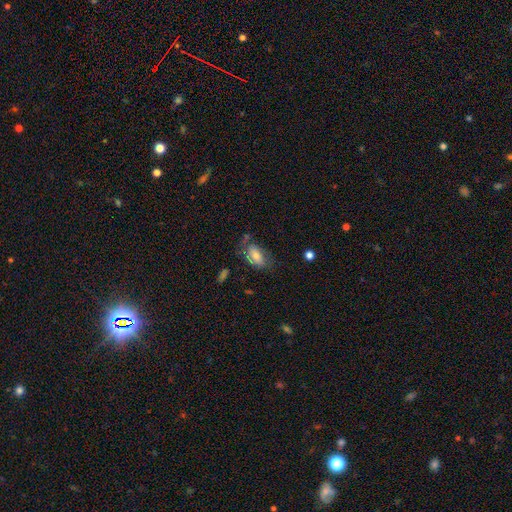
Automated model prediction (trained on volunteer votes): A smooth galaxy with no disk features (58%) that is in between round and cigar-shaped (90%).

Vote fractions:
- Smooth or featured? smooth: 58% / featured or disk: 34% / star or artifact: 8%
- How rounded? in between: 90% / round: 6% / cigar-shaped: 4%
- Merging? none: 51% / minor disturbance: 27% / major disturbance: 18% / merger: 4%